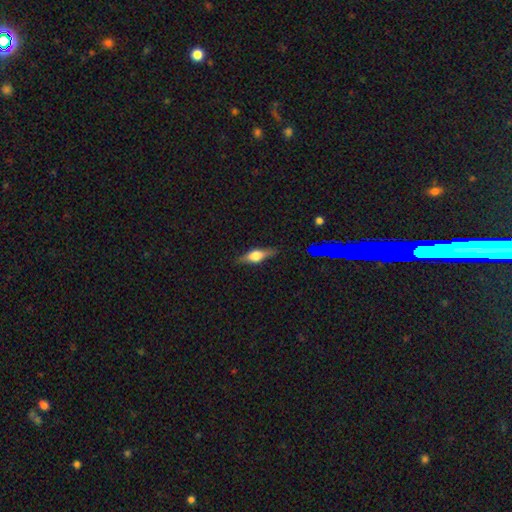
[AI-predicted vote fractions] Smooth or featured? Predicted: featured or disk (p=0.59). Edge-on disk? Predicted: yes (p=0.94). Edge-on bulge? Predicted: rounded (p=0.91). Merging? Predicted: none (p=0.83).